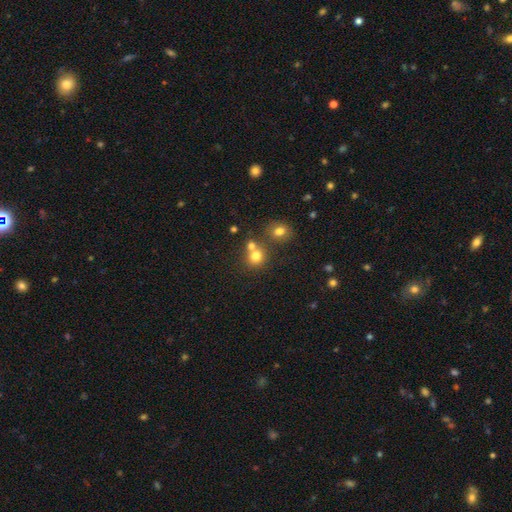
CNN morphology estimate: smooth-or-featured: smooth: 76% | star or artifact: 14% | featured or disk: 10%
  how-rounded: round: 82% | in between: 17% | cigar-shaped: 1%
  merging: none: 50% | merger: 39% | minor disturbance: 8% | major disturbance: 4%